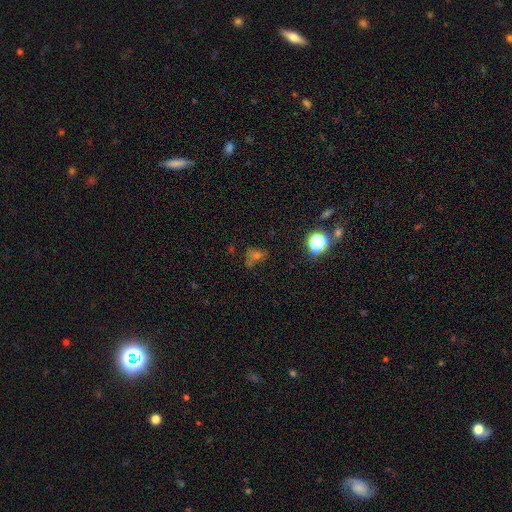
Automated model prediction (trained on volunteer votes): smooth-or-featured: smooth: 45% | star or artifact: 38% | featured or disk: 17%
  merging: none: 54% | minor disturbance: 20% | major disturbance: 14% | merger: 12%